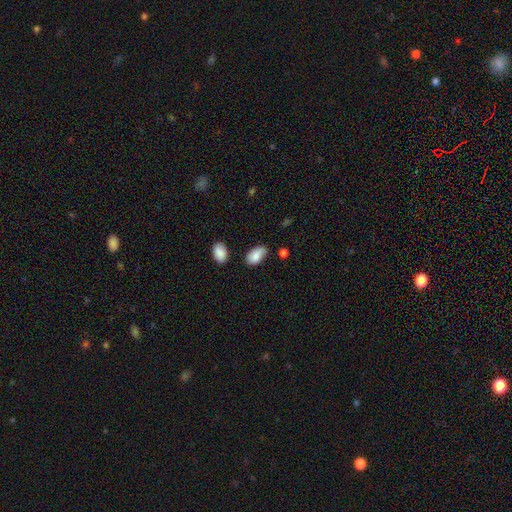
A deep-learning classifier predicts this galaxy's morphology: smooth 85%, featured or disk 8%, star or artifact 7%. Down the decision tree: how rounded — in between (94%); merging — none (61%).